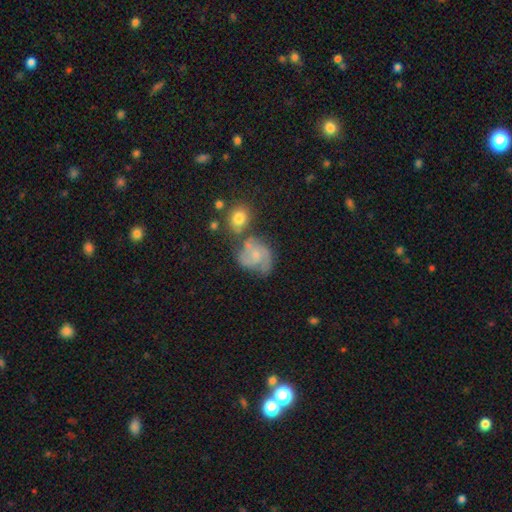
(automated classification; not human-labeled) Overall: featured or disk (68%). Edge-on disk: no (98%). Bar: no (69%). Spiral arms: yes (90%). Spiral arm count: 2 (52%; 3 18%). Spiral winding: medium (48%; tight 33%). Bulge size: small (62%; moderate 26%). Merging: none (46%; minor disturbance 23%).